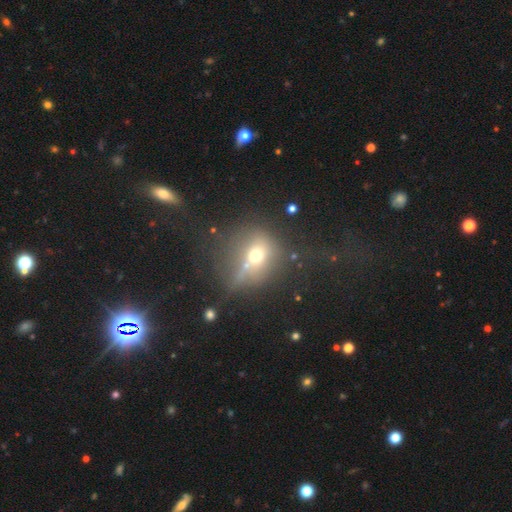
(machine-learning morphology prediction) A smooth galaxy with no disk features (55%) that is round (79%). Merging: none (51%).